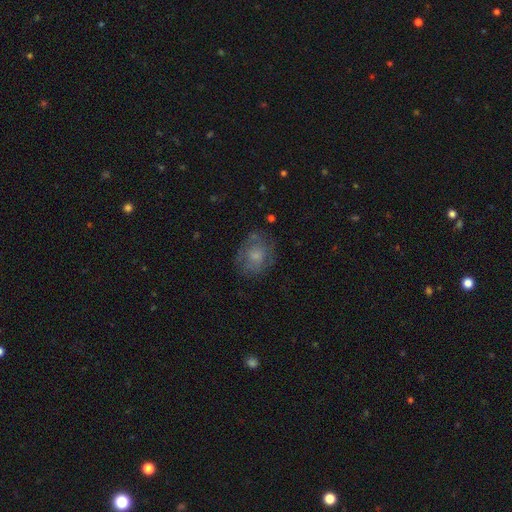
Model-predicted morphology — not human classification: type=smooth (56%); roundness=round (53%); merging=none (65%).